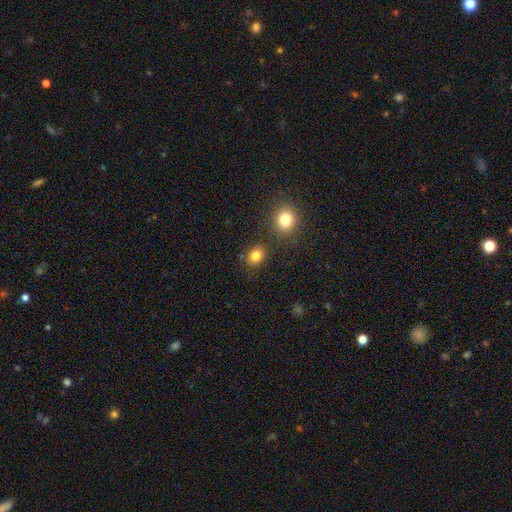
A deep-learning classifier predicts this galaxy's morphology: type=smooth (82%); roundness=round (63%); merging=none (81%).